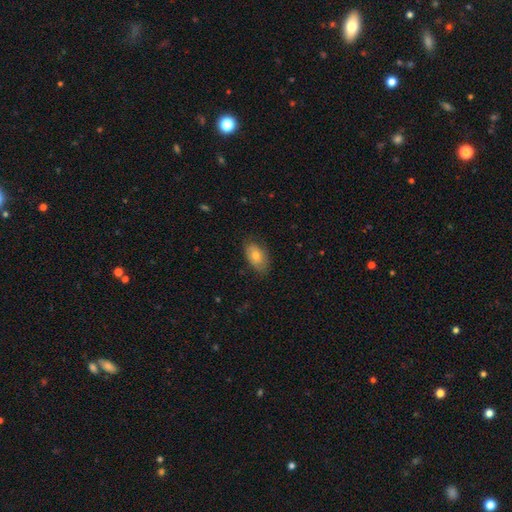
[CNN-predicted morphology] A smooth galaxy with no disk features (68%) that is in between round and cigar-shaped (91%).

Vote fractions:
- Smooth or featured? smooth: 68% / featured or disk: 24% / star or artifact: 8%
- How rounded? in between: 91% / round: 6% / cigar-shaped: 3%
- Merging? none: 77% / minor disturbance: 18% / major disturbance: 4% / merger: 1%